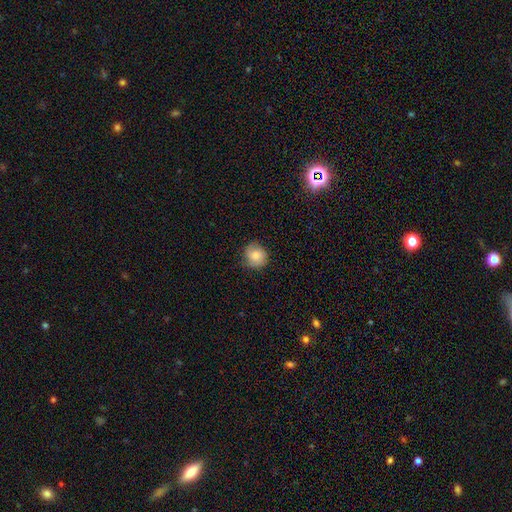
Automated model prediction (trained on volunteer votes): Smooth or featured?
  - smooth: 80% *
  - featured or disk: 12%
  - star or artifact: 8%
How rounded?
  - round: 88% *
  - in between: 11%
  - cigar-shaped: 1%
Merging?
  - none: 81% *
  - minor disturbance: 15%
  - major disturbance: 3%
  - merger: 1%